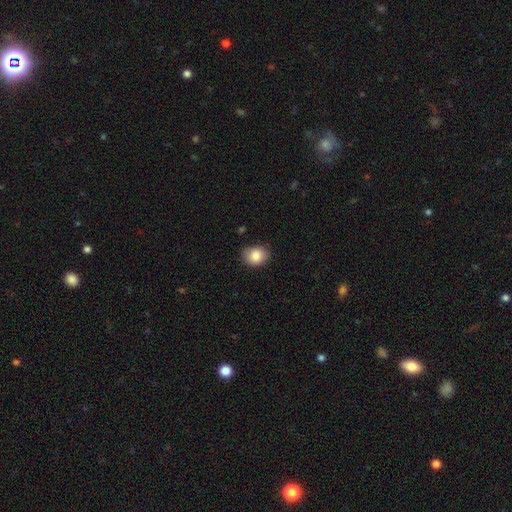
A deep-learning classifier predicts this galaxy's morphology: A smooth galaxy with no disk features (85%) that is round (54%). Merging: none (79%).